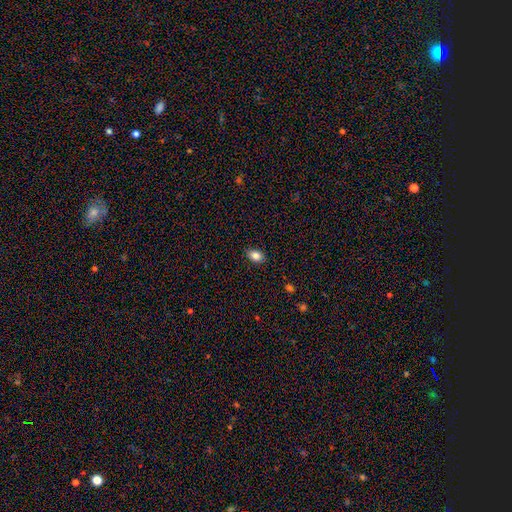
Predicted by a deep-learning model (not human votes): Morphology: type=smooth (85%); roundness=in between (84%); merging=none (89%).